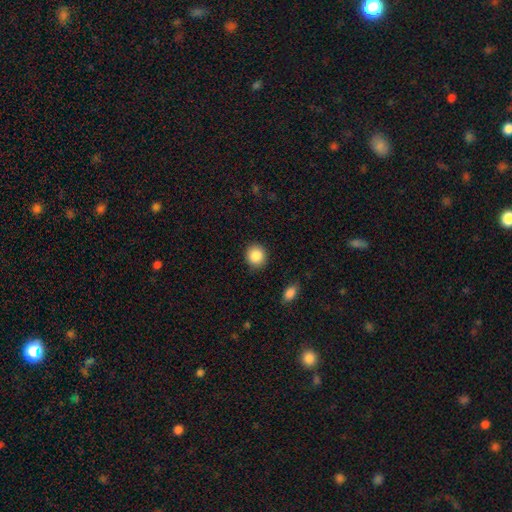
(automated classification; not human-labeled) This appears to be a smooth galaxy with no disk features (88%) that is round (87%). Merging: none (89%).